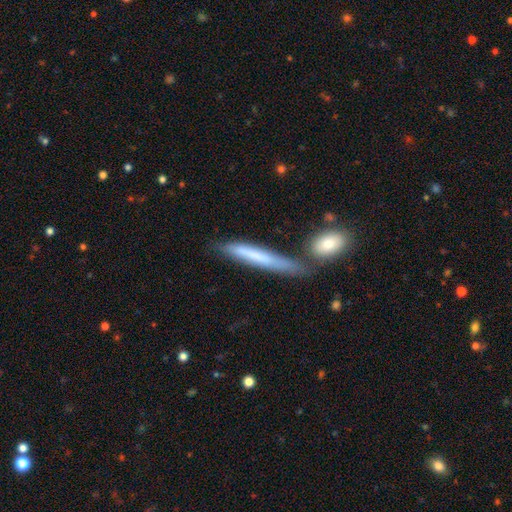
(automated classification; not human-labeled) smooth_or_featured: smooth (p=0.62) [alt: featured or disk p=0.32]
how_rounded: cigar-shaped (p=0.94) [alt: in between p=0.05]
merging: none (p=0.64) [alt: minor disturbance p=0.17]